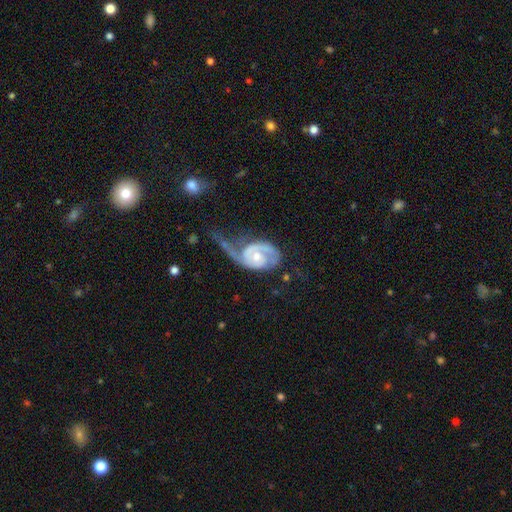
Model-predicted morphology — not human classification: The model was most divided on "spiral winding": tight: 39%, medium: 38%, loose: 23%. Remaining: edge-on disk — no (97%); spiral arms — yes (95%); smooth or featured — featured or disk (85%); spiral arm count — 2 (63%); bar — no (62%); bulge size — moderate (55%); merging — major disturbance (46%).